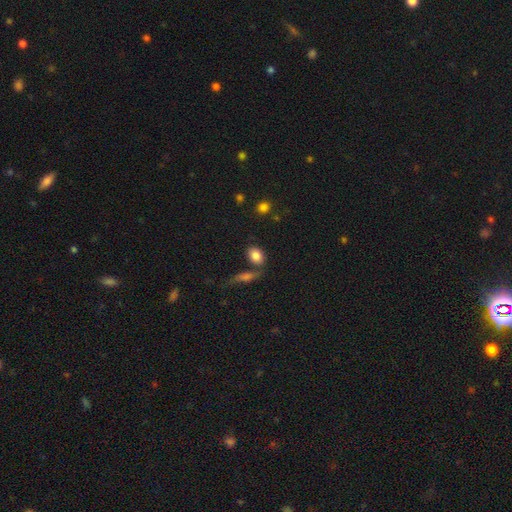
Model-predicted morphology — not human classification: type=smooth (85%); roundness=in between (79%); merging=none (63%).